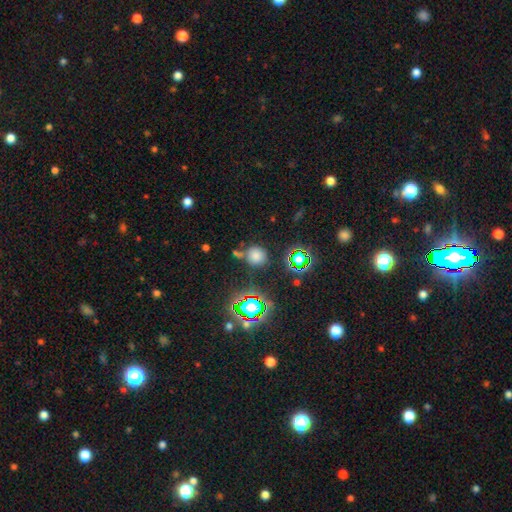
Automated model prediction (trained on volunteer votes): Overall: smooth (67%). How rounded: round (89%). Merging: none (72%).